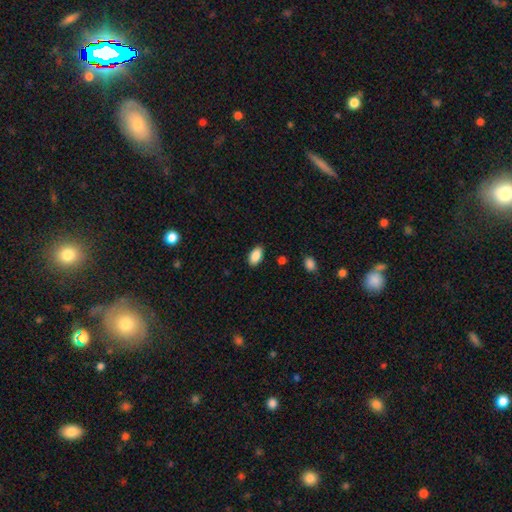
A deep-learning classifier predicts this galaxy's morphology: Smooth or featured? smooth (88%)
How rounded? in between (93%)
Merging? none (87%)